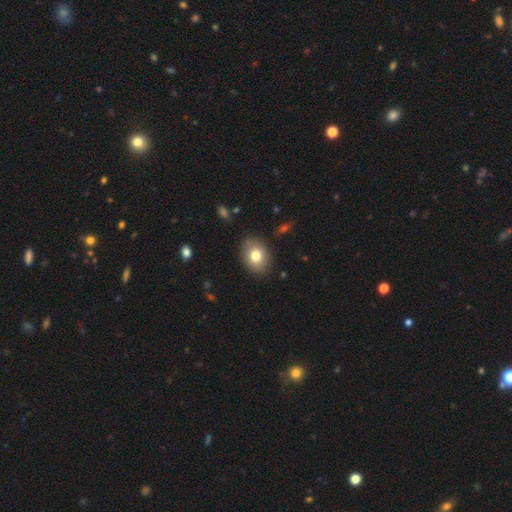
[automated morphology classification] A smooth galaxy with no disk features (78%) that is in between round and cigar-shaped (69%). Merging: none (83%).